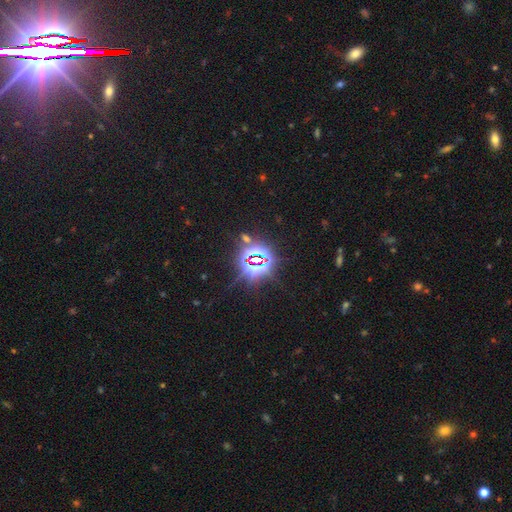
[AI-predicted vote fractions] smooth-or-featured: star or artifact: 83% | smooth: 10% | featured or disk: 7%